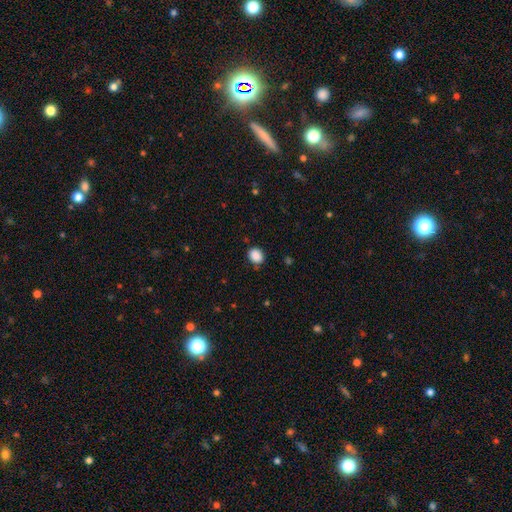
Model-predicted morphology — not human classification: A smooth galaxy with no disk features (88%) that is round (57%). Merging: none (82%).